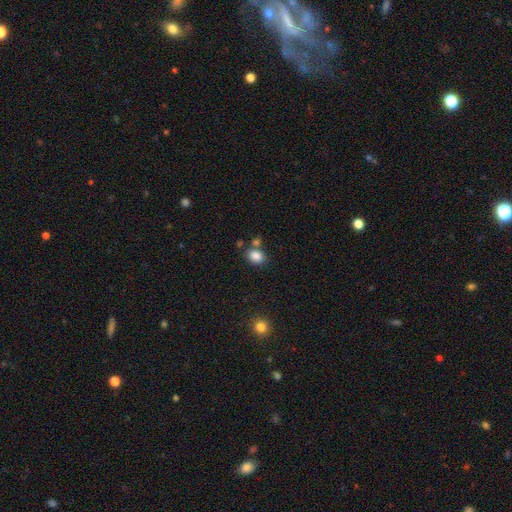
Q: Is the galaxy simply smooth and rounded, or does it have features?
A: smooth — 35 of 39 (90%).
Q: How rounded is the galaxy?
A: in between — 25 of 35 (71%).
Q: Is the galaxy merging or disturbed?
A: none — 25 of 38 (66%).